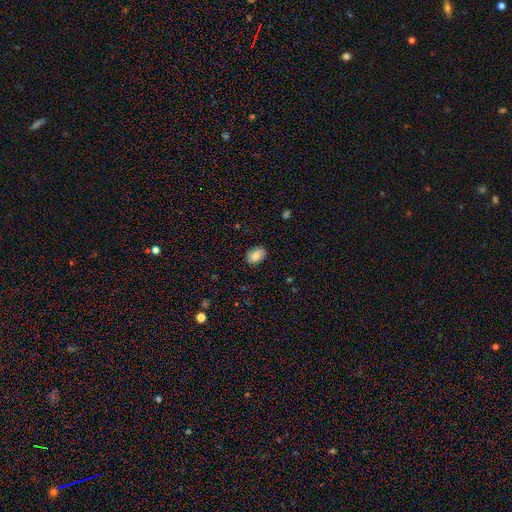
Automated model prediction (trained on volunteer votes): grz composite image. It shows a smooth galaxy with no disk features (75%) that is in between round and cigar-shaped (79%). Merging: none (82%).